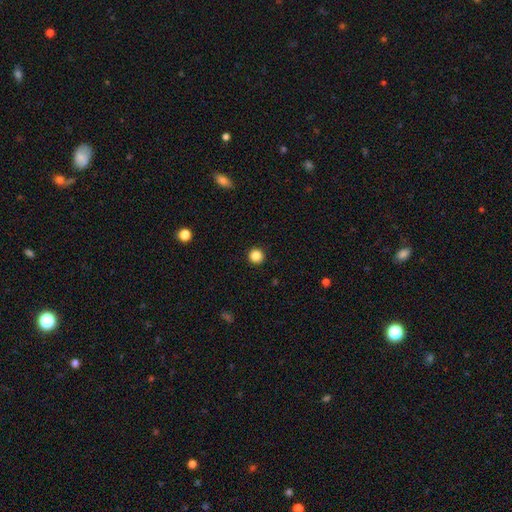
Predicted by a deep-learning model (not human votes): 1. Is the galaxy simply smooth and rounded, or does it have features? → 86% smooth, 11% star or artifact, 4% featured or disk.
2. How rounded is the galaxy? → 95% round, 4% in between, 1% cigar-shaped.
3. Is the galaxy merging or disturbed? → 93% none, 4% minor disturbance, 2% major disturbance, 1% merger.